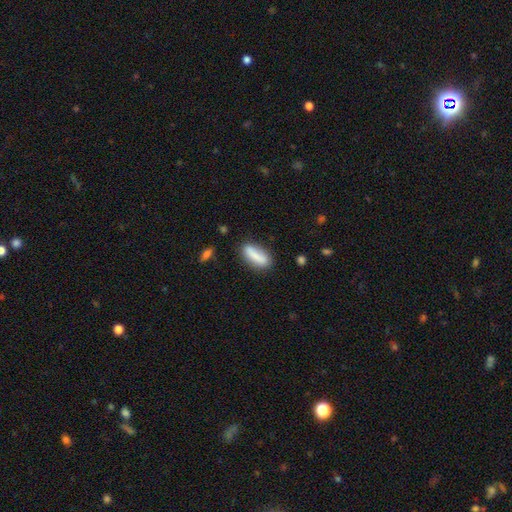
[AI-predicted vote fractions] Q: Smooth or featured?
A: smooth (80%); runner-up: featured or disk (13%)
Q: How rounded?
A: in between (58%); runner-up: cigar-shaped (39%)
Q: Merging?
A: none (74%); runner-up: minor disturbance (17%)